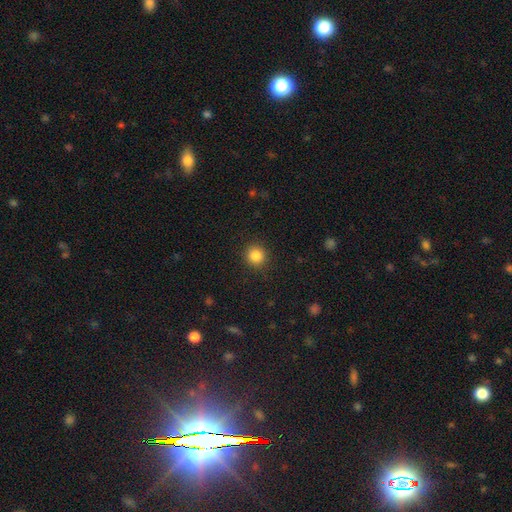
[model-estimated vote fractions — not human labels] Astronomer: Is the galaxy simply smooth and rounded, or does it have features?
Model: smooth — 85%.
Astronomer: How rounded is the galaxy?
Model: round — 92%.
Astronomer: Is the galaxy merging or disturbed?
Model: none — 91%.